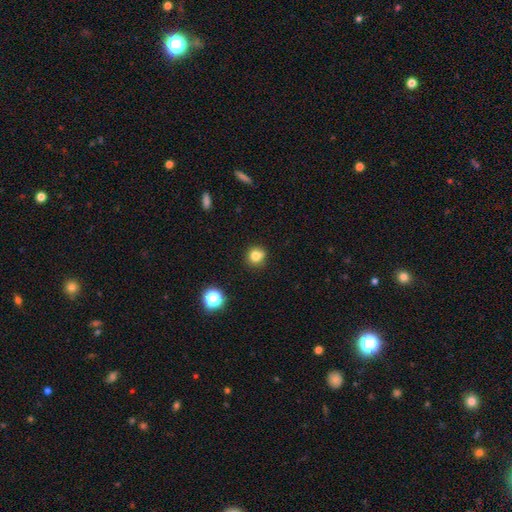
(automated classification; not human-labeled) A smooth galaxy with no disk features (79%) that is round (87%).

Vote fractions:
- Smooth or featured? smooth: 79% / star or artifact: 14% / featured or disk: 8%
- How rounded? round: 87% / in between: 12% / cigar-shaped: 1%
- Merging? none: 81% / minor disturbance: 12% / merger: 4% / major disturbance: 3%